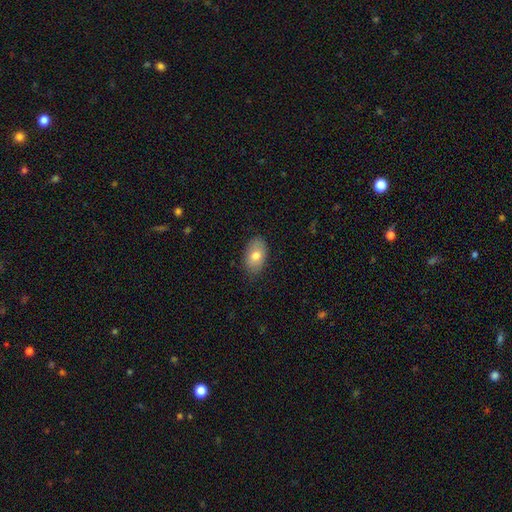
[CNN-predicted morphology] The model was most divided on "smooth or featured": smooth: 76%, featured or disk: 16%, star or artifact: 8%. More confident: how rounded — in between (90%); merging — none (82%).